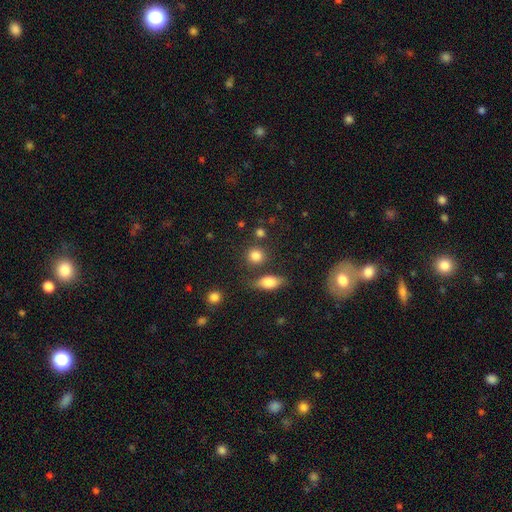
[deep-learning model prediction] Smooth or featured? smooth (83%)
How rounded? round (84%)
Merging? none (76%)